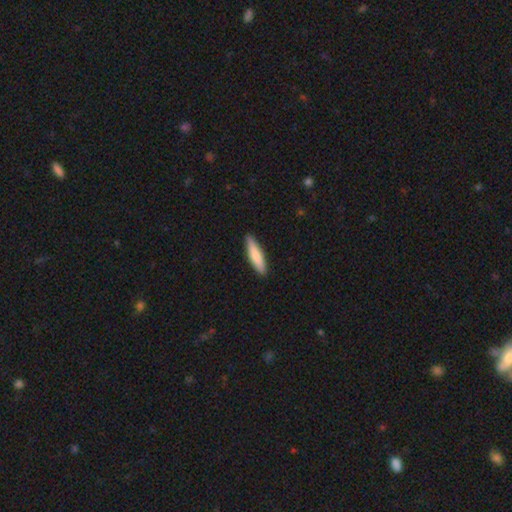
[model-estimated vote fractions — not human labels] Q: Smooth or featured?
A: smooth (77%); runner-up: featured or disk (18%)
Q: How rounded?
A: cigar-shaped (78%); runner-up: in between (20%)
Q: Merging?
A: none (90%); runner-up: minor disturbance (8%)